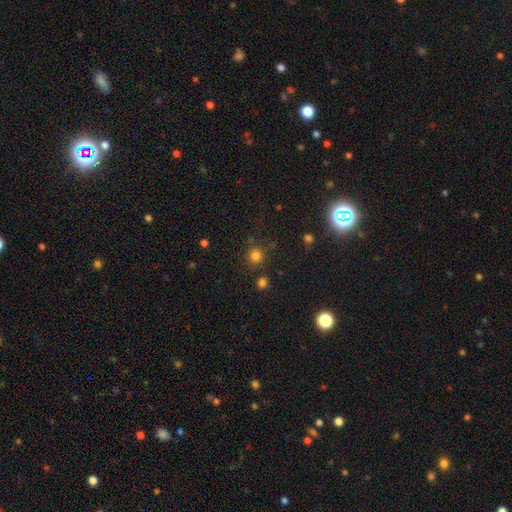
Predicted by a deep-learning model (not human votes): smooth 80%, star or artifact 16%, featured or disk 5%. Down the decision tree: how rounded — round (91%); merging — none (82%).